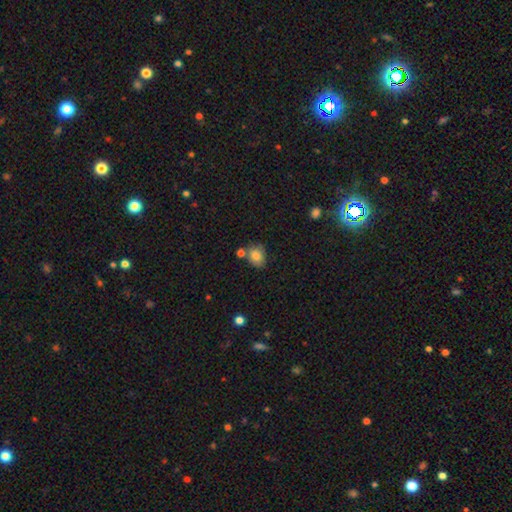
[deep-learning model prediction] Smooth or featured? Predicted: smooth (p=0.80). How rounded? Predicted: round (p=0.50). Merging? Predicted: none (p=0.62).